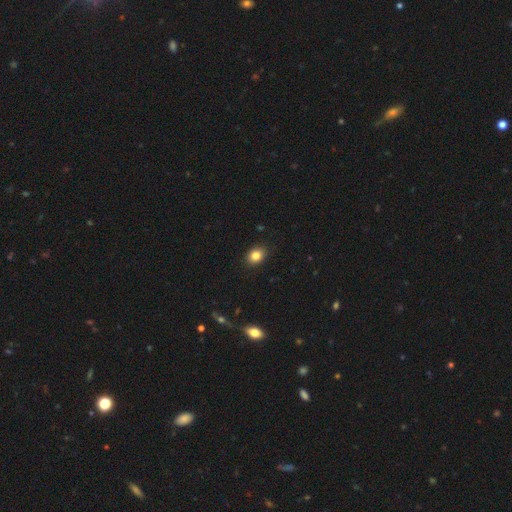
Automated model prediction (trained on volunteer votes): Smooth or featured?
  - smooth: 84% *
  - star or artifact: 10%
  - featured or disk: 6%
How rounded?
  - in between: 60% *
  - round: 39%
  - cigar-shaped: 1%
Merging?
  - none: 89% *
  - minor disturbance: 9%
  - major disturbance: 2%
  - merger: 1%